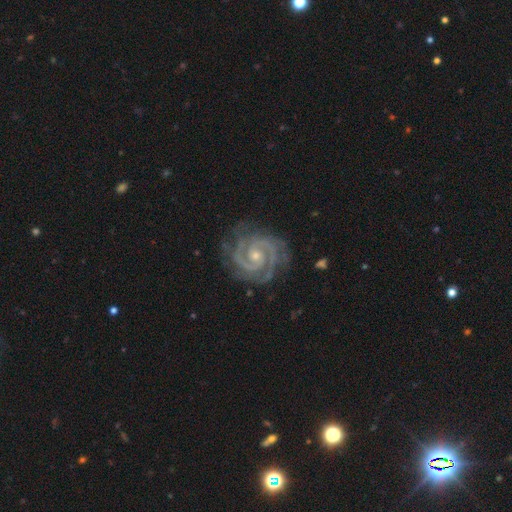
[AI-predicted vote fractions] Q: Smooth or featured?
A: featured or disk (94%); runner-up: star or artifact (4%)
Q: Edge-on disk?
A: no (98%); runner-up: yes (2%)
Q: Bar?
A: no (59%); runner-up: weak (31%)
Q: Spiral arms?
A: yes (99%); runner-up: no (1%)
Q: Spiral winding?
A: tight (71%); runner-up: medium (26%)
Q: Spiral arm count?
A: 2 (78%); runner-up: 3 (12%)
Q: Bulge size?
A: small (60%); runner-up: moderate (36%)
Q: Merging?
A: none (78%); runner-up: minor disturbance (16%)